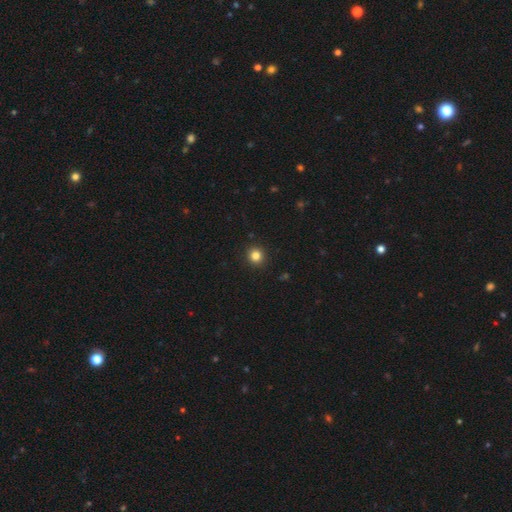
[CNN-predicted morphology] This is clearly a smooth galaxy (83%). How rounded: clearly round (90%). Merging: clearly none (92%).